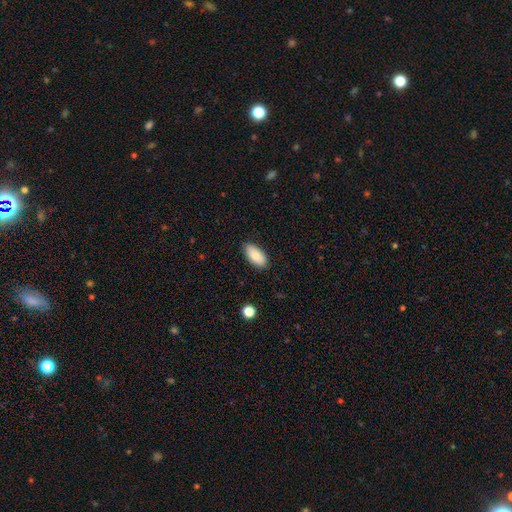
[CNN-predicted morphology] This is clearly a smooth galaxy (82%). How rounded: clearly in between (92%). Merging: clearly none (86%).